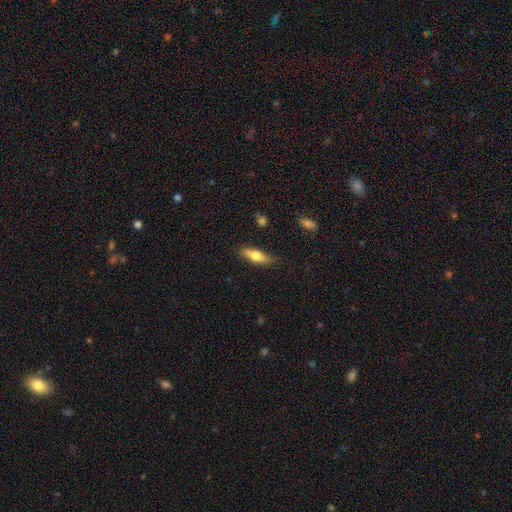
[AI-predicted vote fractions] Q: Smooth or featured?
A: smooth (62%); runner-up: featured or disk (32%)
Q: How rounded?
A: cigar-shaped (54%); runner-up: in between (43%)
Q: Merging?
A: none (81%); runner-up: minor disturbance (14%)